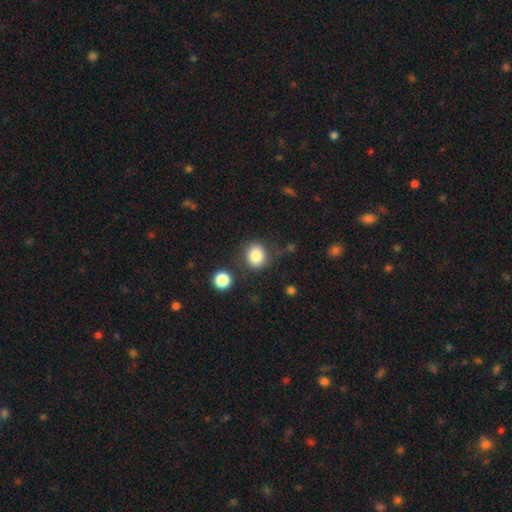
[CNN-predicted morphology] type=smooth (83%); roundness=round (83%); merging=none (78%).